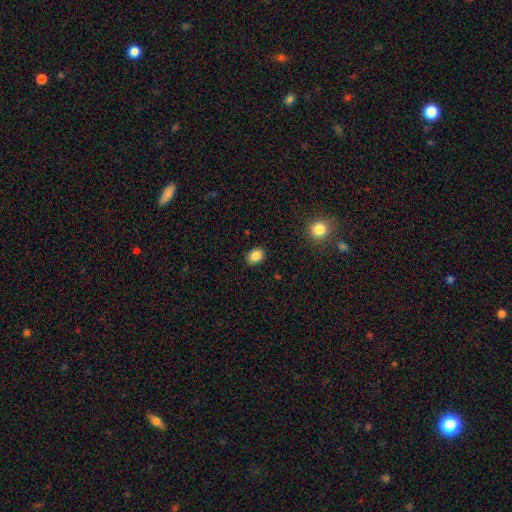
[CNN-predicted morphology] Q: Smooth or featured?
A: smooth (86%); runner-up: star or artifact (10%)
Q: How rounded?
A: in between (66%); runner-up: round (33%)
Q: Merging?
A: none (88%); runner-up: minor disturbance (9%)